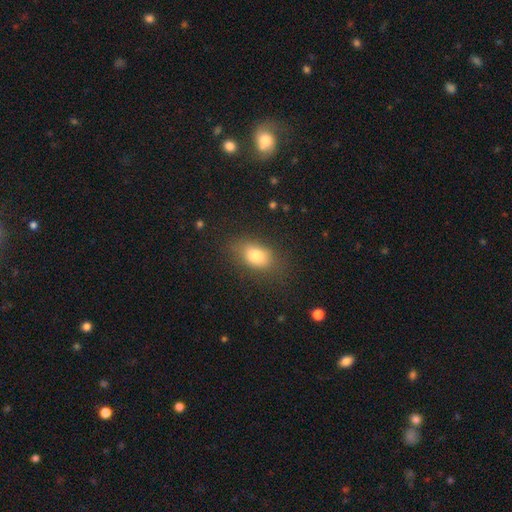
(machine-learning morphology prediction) A smooth galaxy with no disk features (79%) that is in between round and cigar-shaped (80%).

Vote fractions:
- Smooth or featured? smooth: 79% / featured or disk: 11% / star or artifact: 10%
- How rounded? in between: 80% / round: 18% / cigar-shaped: 2%
- Merging? none: 74% / minor disturbance: 17% / major disturbance: 7% / merger: 1%